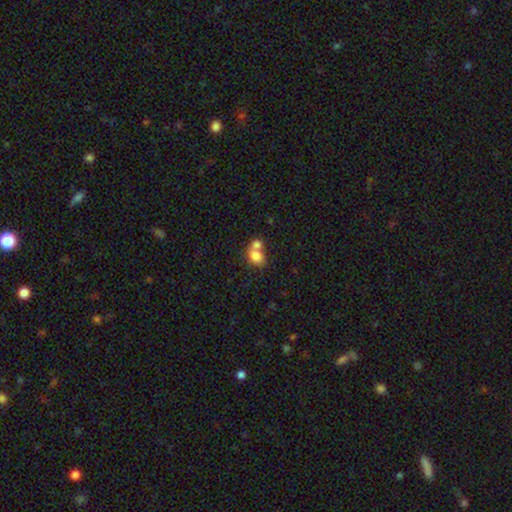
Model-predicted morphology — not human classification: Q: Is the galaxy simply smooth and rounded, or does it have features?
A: smooth — 78%.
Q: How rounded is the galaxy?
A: in between — 56%.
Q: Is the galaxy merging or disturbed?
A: merger — 62%.